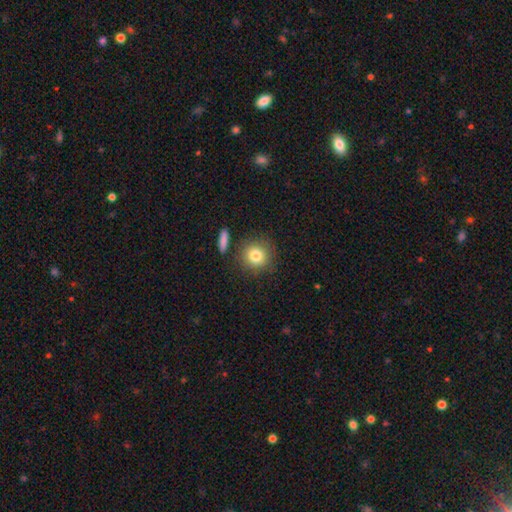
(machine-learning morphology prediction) Smooth or featured? Predicted: smooth (p=0.81). How rounded? Predicted: round (p=0.90). Merging? Predicted: none (p=0.82).